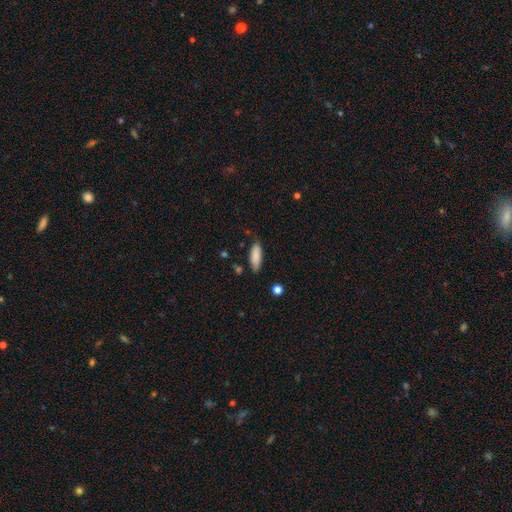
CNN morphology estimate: Smooth or featured? Predicted: smooth (p=0.86). How rounded? Predicted: in between (p=0.60). Merging? Predicted: none (p=0.78).